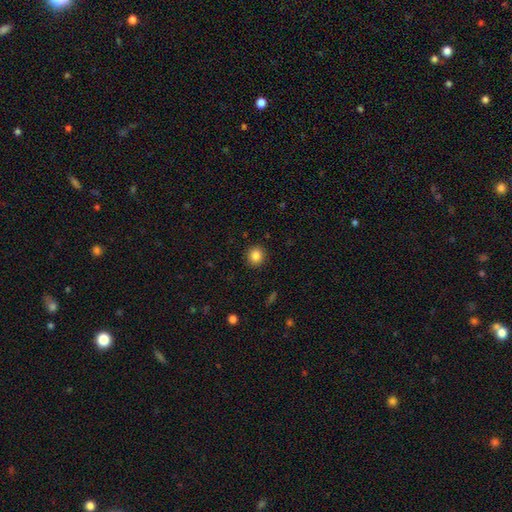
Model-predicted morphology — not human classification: Smooth or featured? Predicted: smooth (p=0.84). How rounded? Predicted: round (p=0.91). Merging? Predicted: none (p=0.92).